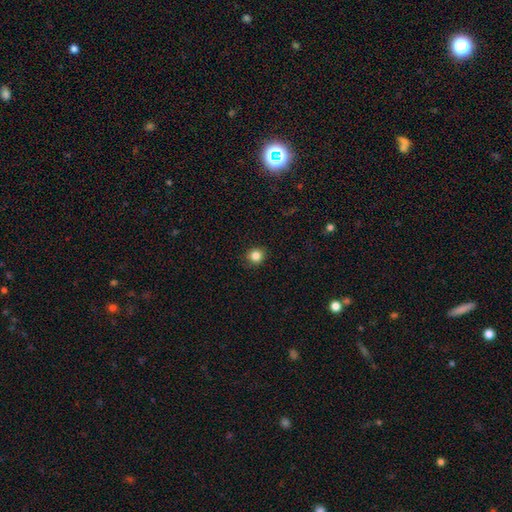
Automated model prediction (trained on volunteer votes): smooth 84%, star or artifact 11%, featured or disk 5%. Down the decision tree: how rounded — round (89%); merging — none (90%).